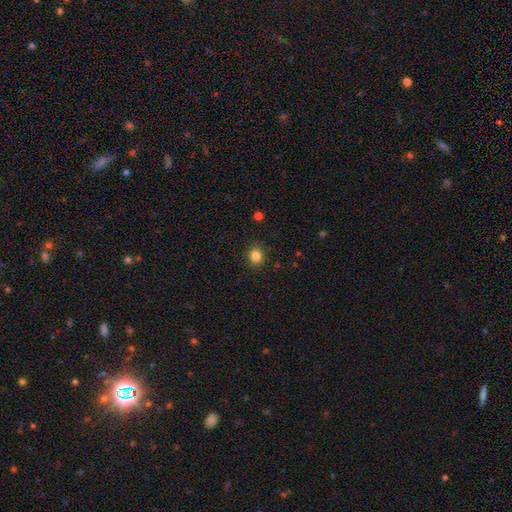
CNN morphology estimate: Smooth or featured: smooth — 83% (star or artifact — 12%)
How rounded: round — 76% (in between — 23%)
Merging: none — 90% (minor disturbance — 7%)